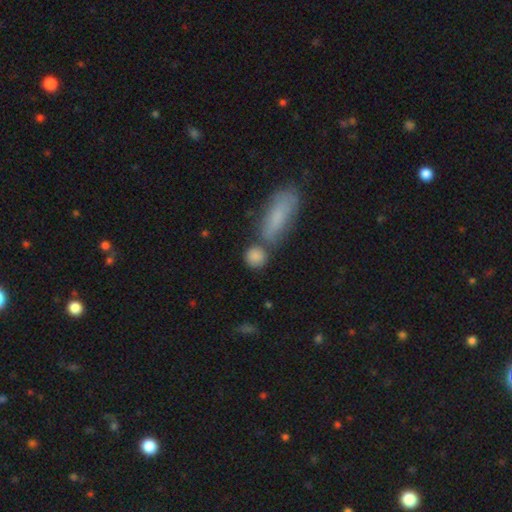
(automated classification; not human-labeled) Smooth or featured? Predicted: smooth (p=0.85). How rounded? Predicted: round (p=0.79). Merging? Predicted: none (p=0.64).